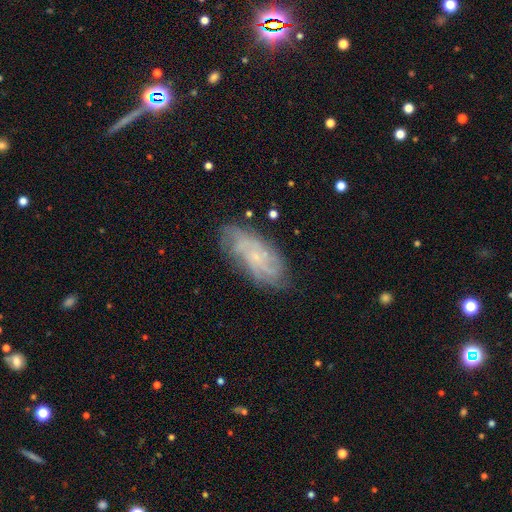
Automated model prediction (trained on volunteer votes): The model was most divided on "spiral winding": tight: 56%, medium: 33%, loose: 11%. Remaining: edge-on disk — no (92%); spiral arms — yes (91%); merging — none (76%); bulge size — small (74%); bar — no (73%); smooth or featured — featured or disk (71%); spiral arm count — can't tell (45%).